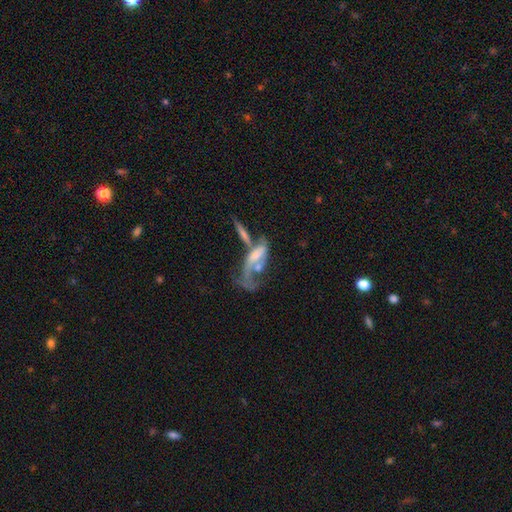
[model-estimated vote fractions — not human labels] featured or disk 58%, smooth 32%, star or artifact 10%. Down the decision tree: edge-on disk — no (83%); merging — merger (48%).